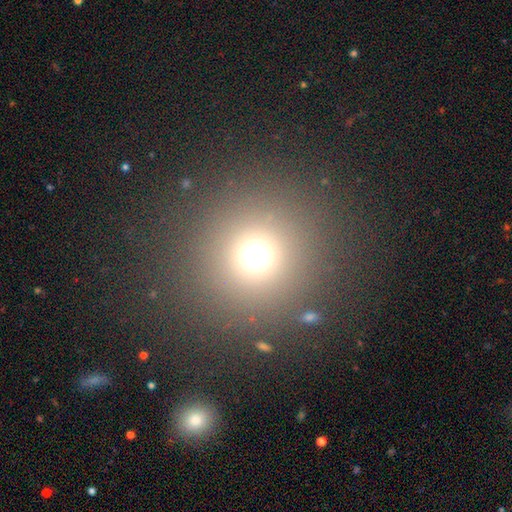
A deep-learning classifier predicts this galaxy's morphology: Overall: smooth (67%). How rounded: round (93%). Merging: none (86%).